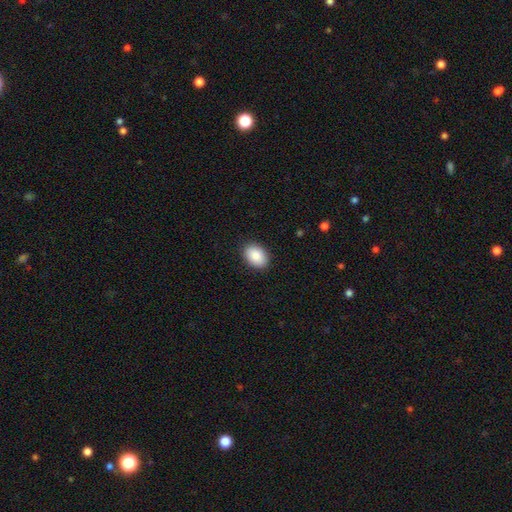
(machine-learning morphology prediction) The model was most divided on "how rounded": in between: 84%, round: 15%, cigar-shaped: 1%. More confident: merging — none (90%); smooth or featured — smooth (89%).